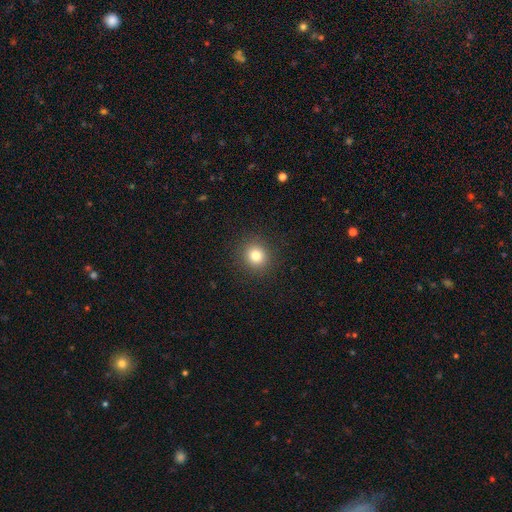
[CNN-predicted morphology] Smooth or featured? Predicted: smooth (p=0.81). How rounded? Predicted: round (p=0.87). Merging? Predicted: none (p=0.91).